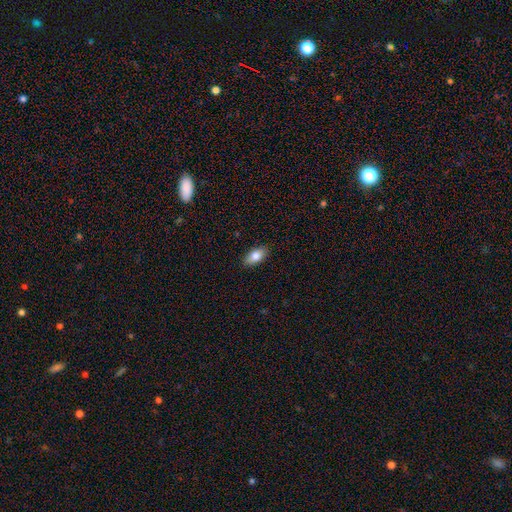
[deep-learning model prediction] Q: Smooth or featured?
A: smooth (82%); runner-up: featured or disk (12%)
Q: How rounded?
A: in between (90%); runner-up: cigar-shaped (6%)
Q: Merging?
A: none (88%); runner-up: minor disturbance (9%)